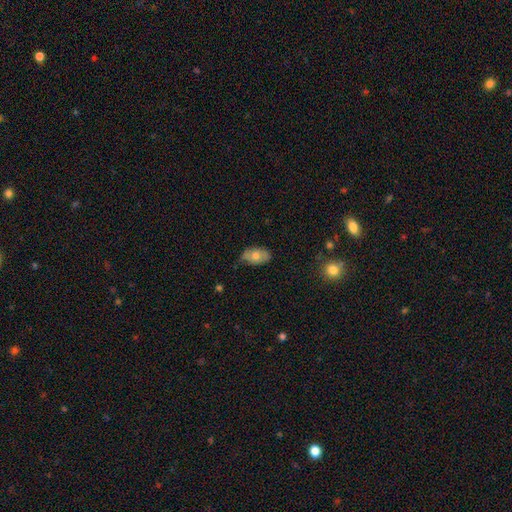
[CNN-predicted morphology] A smooth galaxy with no disk features (68%) that is in between round and cigar-shaped (90%).

Vote fractions:
- Smooth or featured? smooth: 68% / featured or disk: 24% / star or artifact: 7%
- How rounded? in between: 90% / round: 8% / cigar-shaped: 2%
- Merging? none: 69% / minor disturbance: 25% / major disturbance: 4% / merger: 2%